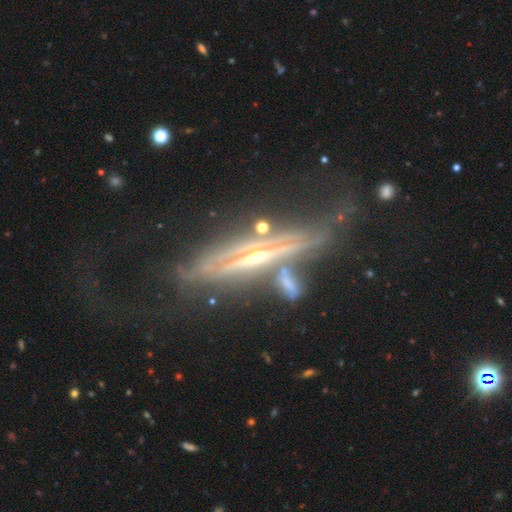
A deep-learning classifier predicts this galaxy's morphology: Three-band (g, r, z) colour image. It shows a featured or disk galaxy (83%) viewed edge-on (82%) with a rounded central bulge (66%). Merging: none (42%).